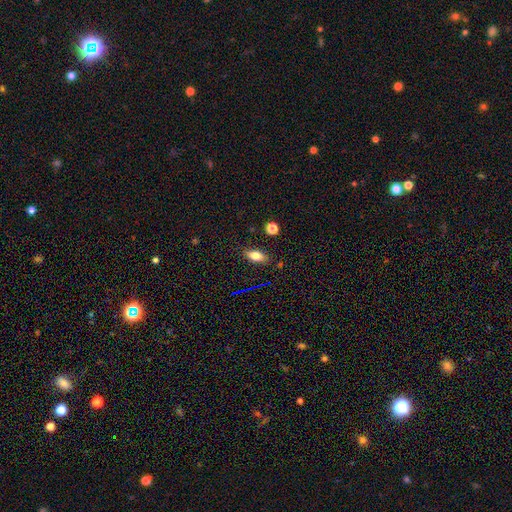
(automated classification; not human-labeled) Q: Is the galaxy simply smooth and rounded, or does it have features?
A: smooth — 76%.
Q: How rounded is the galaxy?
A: in between — 82%.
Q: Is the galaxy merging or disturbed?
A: none — 84%.